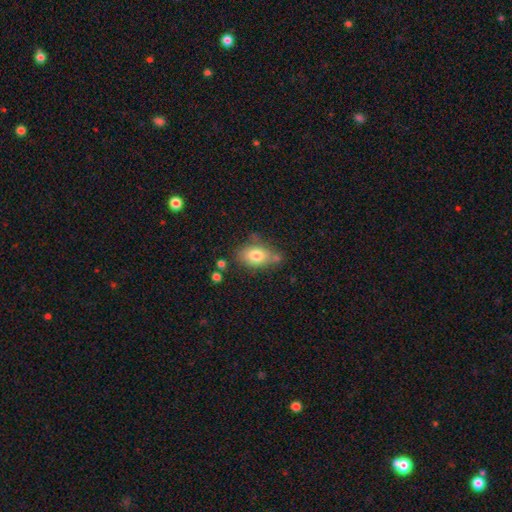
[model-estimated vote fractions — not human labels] Smooth or featured? smooth (77%)
How rounded? in between (82%)
Merging? none (60%)